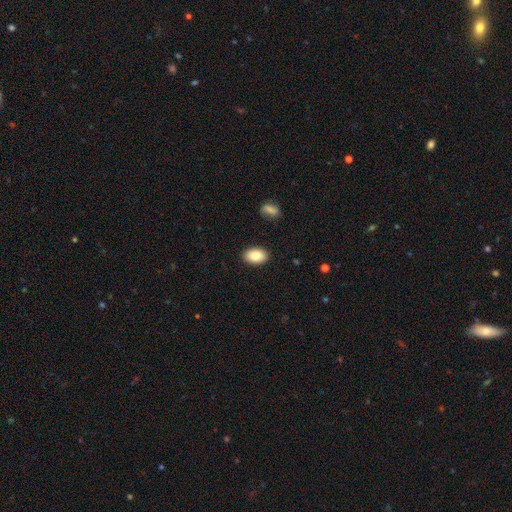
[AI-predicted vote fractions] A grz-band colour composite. It shows a smooth galaxy with no disk features (86%) that is in between round and cigar-shaped (91%). Merging: none (89%).